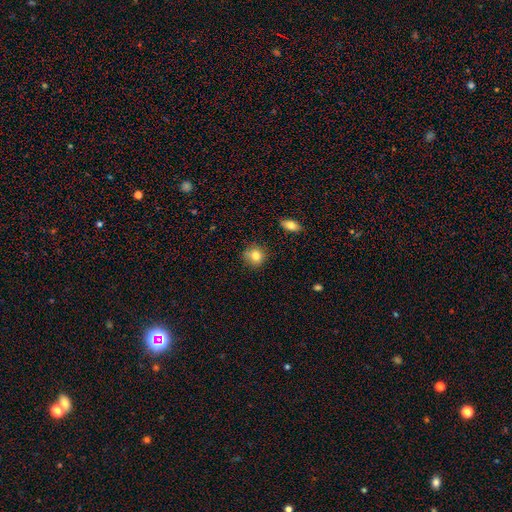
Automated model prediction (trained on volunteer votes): A smooth galaxy with no disk features (80%) that is round (83%).

Vote fractions:
- Smooth or featured? smooth: 80% / star or artifact: 10% / featured or disk: 10%
- How rounded? round: 83% / in between: 16% / cigar-shaped: 1%
- Merging? none: 78% / minor disturbance: 16% / major disturbance: 3% / merger: 2%